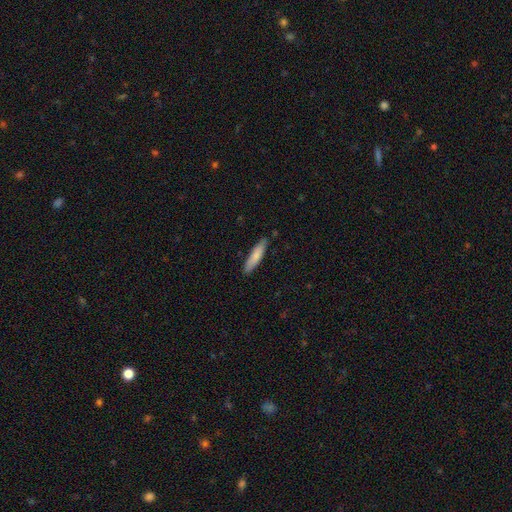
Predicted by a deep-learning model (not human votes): smooth 80%, featured or disk 15%, star or artifact 5%. Down the decision tree: how rounded — cigar-shaped (82%); merging — none (84%).